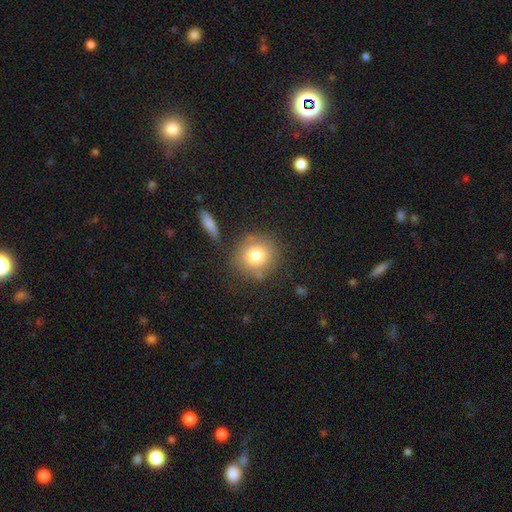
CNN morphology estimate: smooth_or_featured: smooth (p=0.78) [alt: featured or disk p=0.12]
how_rounded: round (p=0.88) [alt: in between p=0.11]
merging: none (p=0.77) [alt: minor disturbance p=0.12]